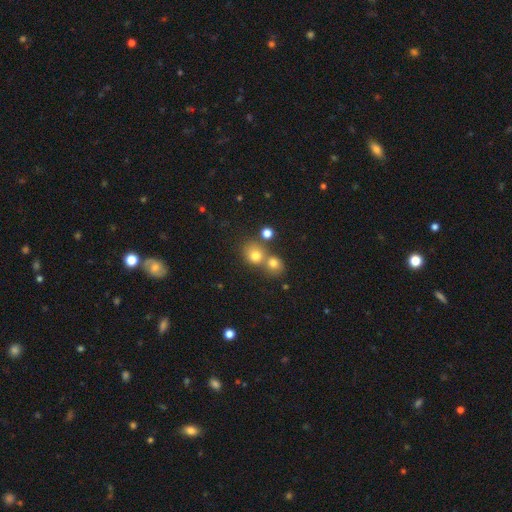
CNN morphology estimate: Smooth or featured? Predicted: smooth (p=0.75). How rounded? Predicted: round (p=0.78). Merging? Predicted: merger (p=0.47).